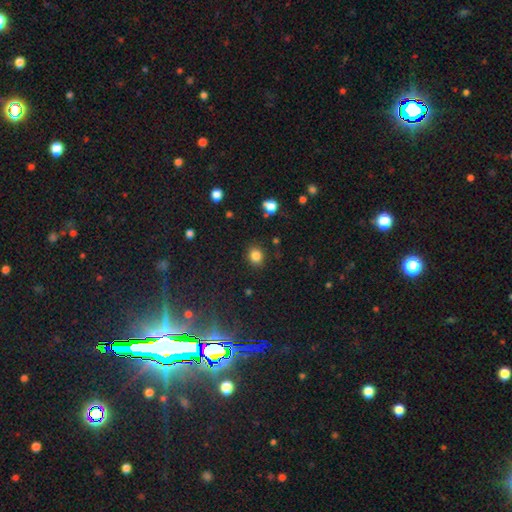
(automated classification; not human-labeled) Morphology: type=smooth (83%); roundness=round (70%); merging=none (88%).